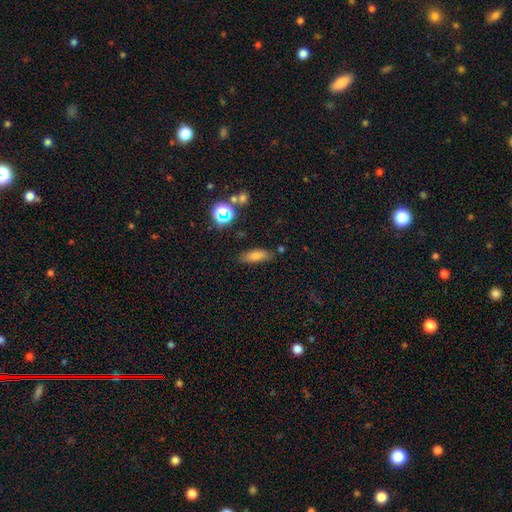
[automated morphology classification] Smooth or featured? smooth (71%)
How rounded? in between (63%)
Merging? none (80%)